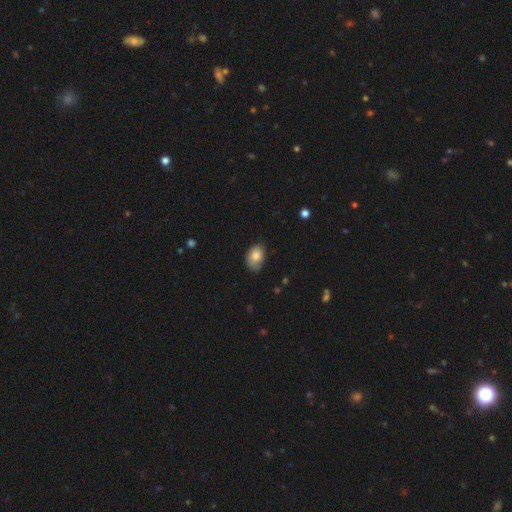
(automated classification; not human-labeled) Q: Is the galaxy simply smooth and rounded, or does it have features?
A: smooth — 80%.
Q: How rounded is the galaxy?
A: in between — 81%.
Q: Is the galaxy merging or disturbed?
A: none — 61%.